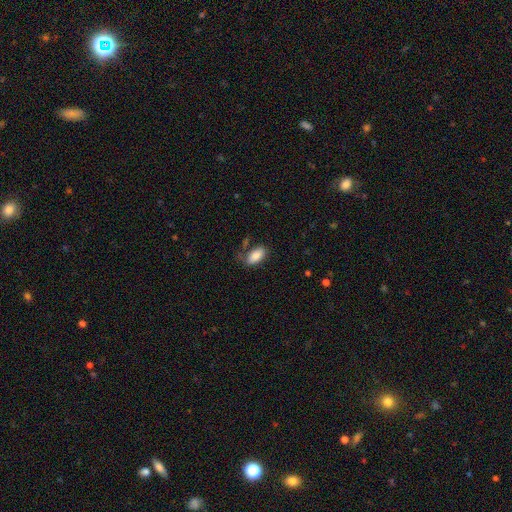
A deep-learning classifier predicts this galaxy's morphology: Smooth or featured? Predicted: smooth (p=0.85). How rounded? Predicted: in between (p=0.92). Merging? Predicted: none (p=0.68).